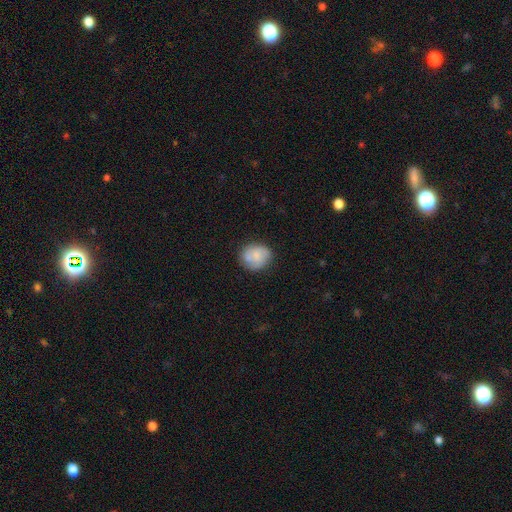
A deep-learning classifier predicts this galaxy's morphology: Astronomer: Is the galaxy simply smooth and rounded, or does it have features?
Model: smooth — 65%.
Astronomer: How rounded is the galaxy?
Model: round — 76%.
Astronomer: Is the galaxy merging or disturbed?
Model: none — 68%.